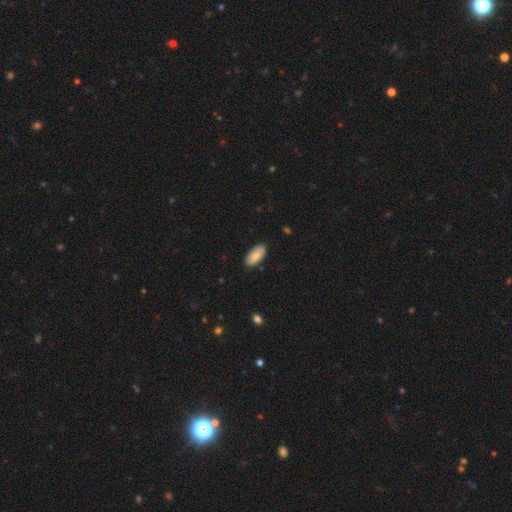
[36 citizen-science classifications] Smooth or featured? 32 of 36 (89%) said smooth. How rounded? 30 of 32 (94%) said in between. Merging? 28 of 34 (82%) said none.